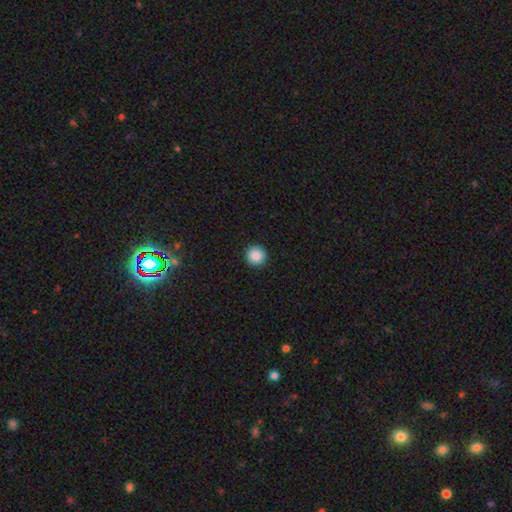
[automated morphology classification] Smooth or featured? smooth (87%)
How rounded? round (96%)
Merging? none (93%)